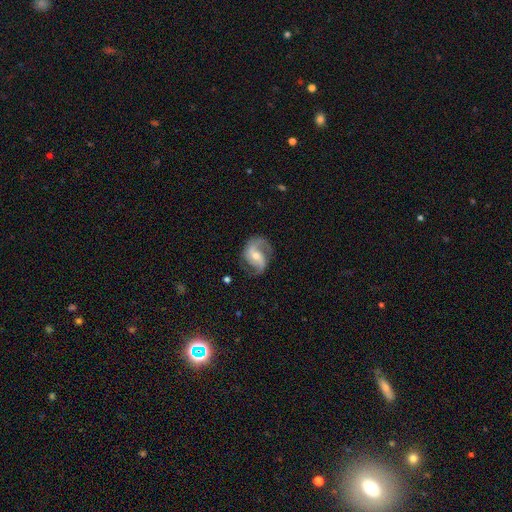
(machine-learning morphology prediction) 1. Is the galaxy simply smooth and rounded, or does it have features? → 86% featured or disk, 8% smooth, 6% star or artifact.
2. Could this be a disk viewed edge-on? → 97% no, 3% yes.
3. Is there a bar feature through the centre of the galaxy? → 42% weak, 34% no, 24% strong.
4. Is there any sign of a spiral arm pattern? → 96% yes, 4% no.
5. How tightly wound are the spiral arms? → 49% medium, 33% loose, 18% tight.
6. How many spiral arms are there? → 88% 2, 4% can't tell, 4% 1, 3% 3, 1% 4, 1% more than 4.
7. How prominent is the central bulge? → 55% moderate, 40% small, 3% large, 1% none, 1% dominant.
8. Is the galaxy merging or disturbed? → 74% none, 16% minor disturbance, 8% major disturbance, 1% merger.